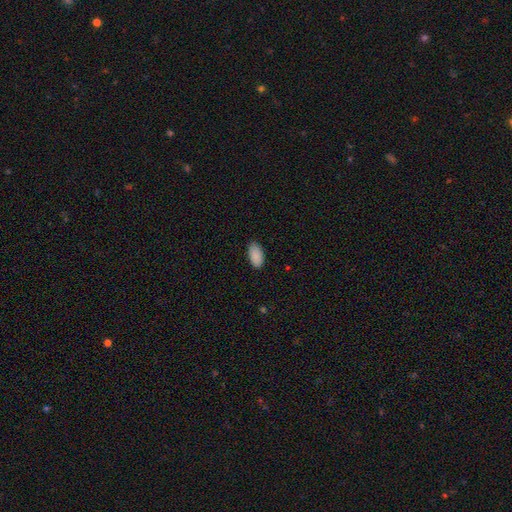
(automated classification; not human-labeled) Overall: smooth (90%). How rounded: in between (95%). Merging: none (85%).